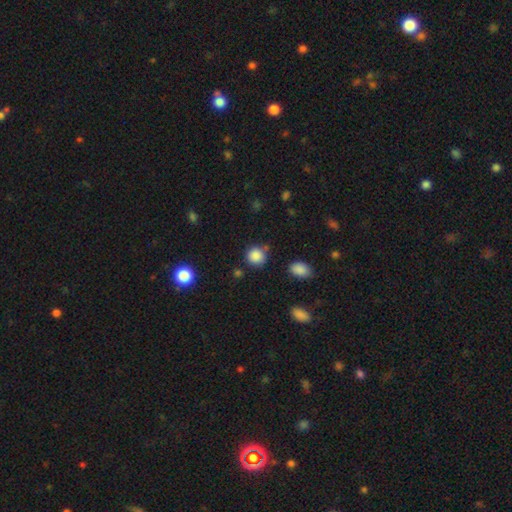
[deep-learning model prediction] Smooth or featured? Predicted: smooth (p=0.86). How rounded? Predicted: round (p=0.90). Merging? Predicted: none (p=0.80).